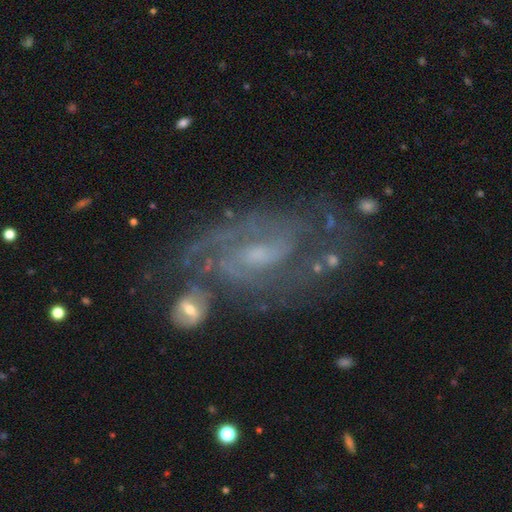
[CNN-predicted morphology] A featured or disk galaxy (85%) with a weak bar (55%), 2 (49%) tight (46%) spiral arms (95%) and a small central bulge (65%).

Vote fractions:
- Smooth or featured? featured or disk: 85% / star or artifact: 9% / smooth: 7%
- Edge-on disk? no: 96% / yes: 4%
- Bar? weak: 55% / no: 28% / strong: 17%
- Spiral arms? yes: 95% / no: 5%
- Spiral winding? tight: 46% / medium: 42% / loose: 12%
- Spiral arm count? 2: 49% / can't tell: 25% / 3: 12% / 4: 6% / 1: 5% / more than 4: 4%
- Bulge size? small: 65% / moderate: 23% / none: 9% / large: 2% / dominant: 1%
- Merging? none: 68% / minor disturbance: 16% / major disturbance: 9% / merger: 7%